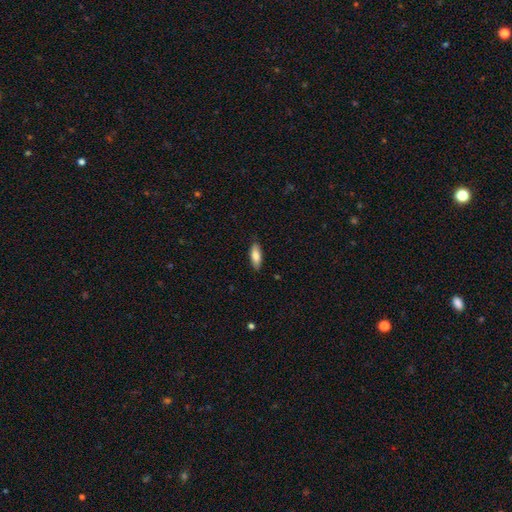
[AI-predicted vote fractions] Overall: smooth (83%). How rounded: in between (73%). Merging: none (86%).